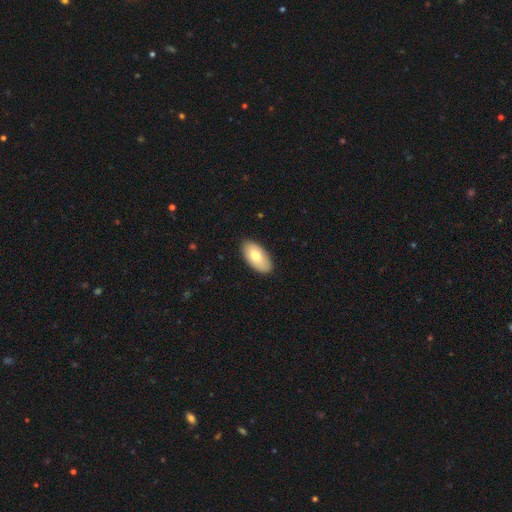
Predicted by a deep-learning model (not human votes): A smooth galaxy with no disk features (72%) that is in between round and cigar-shaped (95%). Merging: none (88%).